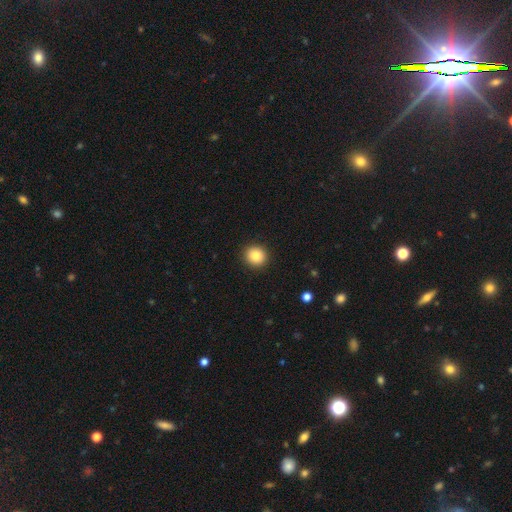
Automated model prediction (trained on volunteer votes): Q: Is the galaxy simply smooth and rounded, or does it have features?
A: smooth — 85%.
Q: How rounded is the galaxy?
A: round — 89%.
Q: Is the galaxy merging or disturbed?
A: none — 92%.